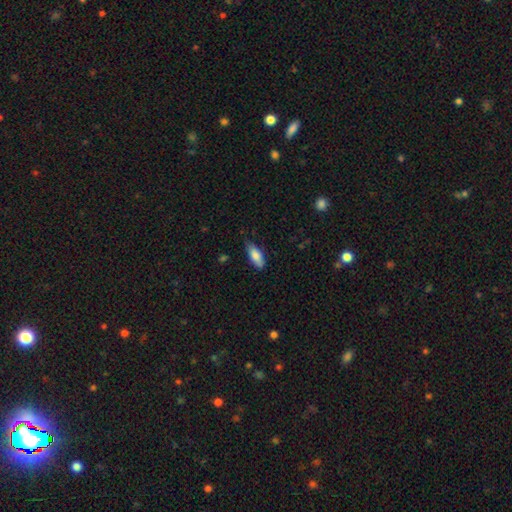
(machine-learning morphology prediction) A smooth galaxy with no disk features (82%) that is in between round and cigar-shaped (79%). Merging: none (71%).